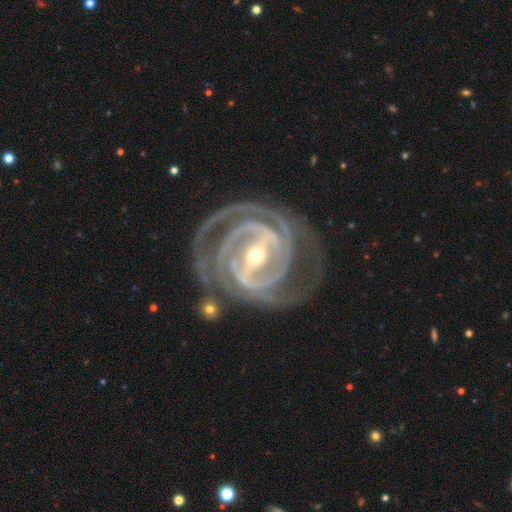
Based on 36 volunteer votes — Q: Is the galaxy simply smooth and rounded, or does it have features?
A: featured or disk — 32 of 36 (89%).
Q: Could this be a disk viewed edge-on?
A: no — 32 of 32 (100%).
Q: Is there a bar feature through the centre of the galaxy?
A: strong — 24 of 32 (75%).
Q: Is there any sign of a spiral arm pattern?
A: yes — 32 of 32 (100%).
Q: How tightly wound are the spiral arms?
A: tight — 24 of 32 (75%).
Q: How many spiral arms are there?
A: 2 — 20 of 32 (62%).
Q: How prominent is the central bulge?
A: small — 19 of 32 (59%).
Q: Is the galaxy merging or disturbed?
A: none — 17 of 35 (49%).